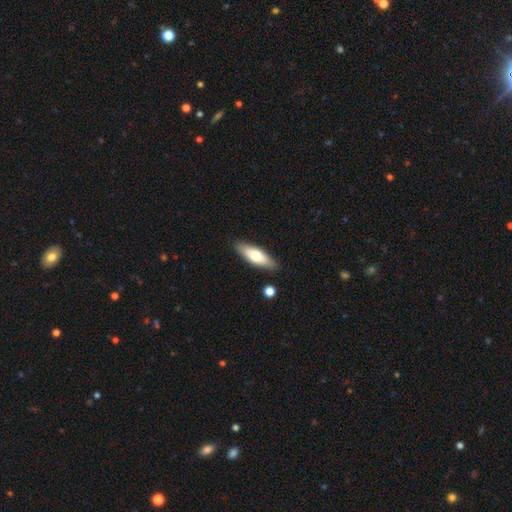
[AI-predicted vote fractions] Smooth or featured? Predicted: smooth (p=0.65). How rounded? Predicted: in between (p=0.53). Merging? Predicted: none (p=0.86).